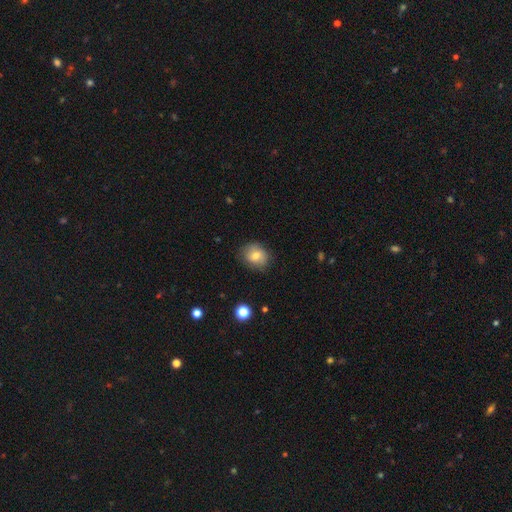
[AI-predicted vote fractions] Morphology: type=smooth (75%); roundness=round (60%); merging=none (77%).